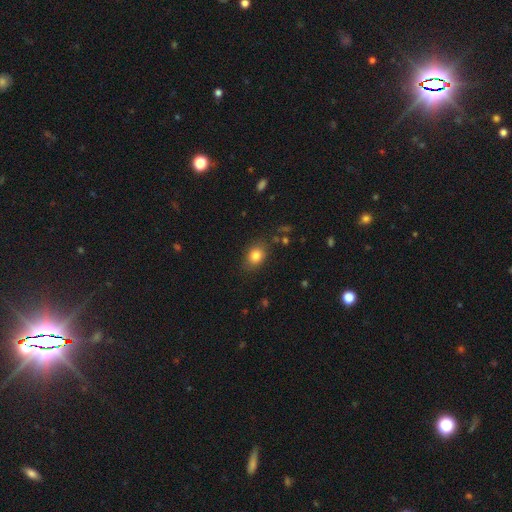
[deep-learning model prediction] Smooth or featured?
  - smooth: 82% *
  - star or artifact: 10%
  - featured or disk: 8%
How rounded?
  - in between: 58% *
  - round: 41%
  - cigar-shaped: 1%
Merging?
  - none: 82% *
  - minor disturbance: 13%
  - major disturbance: 4%
  - merger: 2%